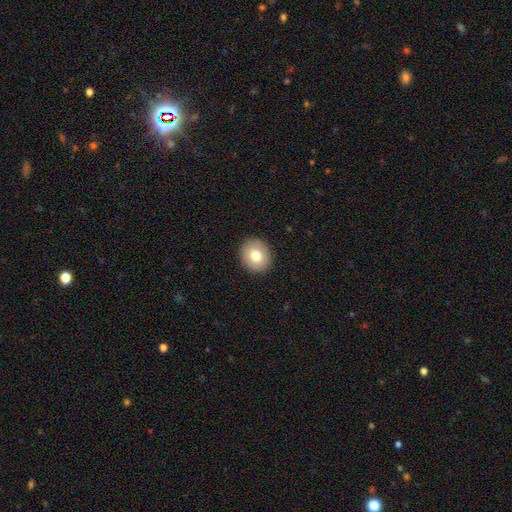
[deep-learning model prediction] The model was most divided on "how rounded": round: 81%, in between: 18%, cigar-shaped: 1%. More confident: merging — none (91%); smooth or featured — smooth (77%).